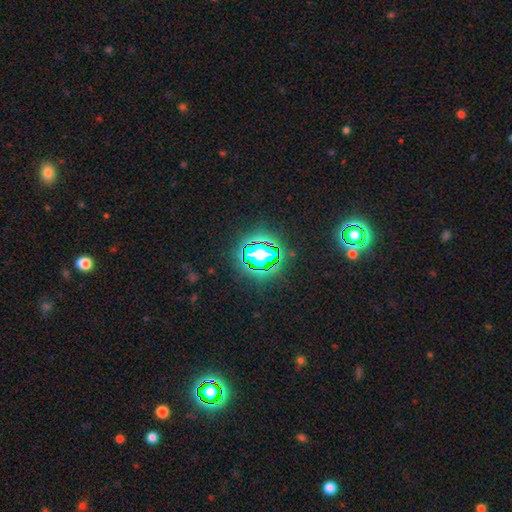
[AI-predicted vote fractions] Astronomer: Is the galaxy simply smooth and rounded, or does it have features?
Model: star or artifact — 73%.